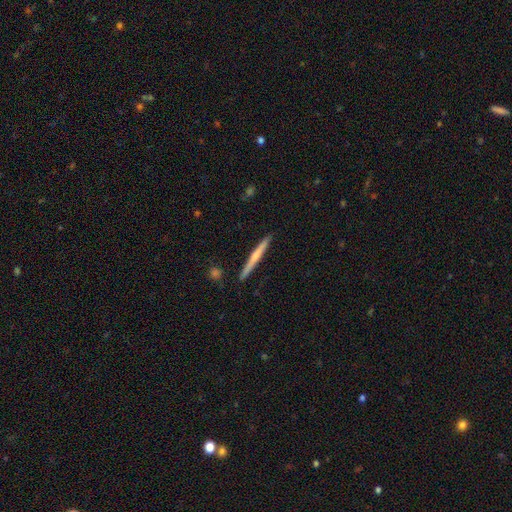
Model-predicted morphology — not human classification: Overall: featured or disk (50%; smooth 44%). Edge-on disk: yes (98%). Merging: none (91%).